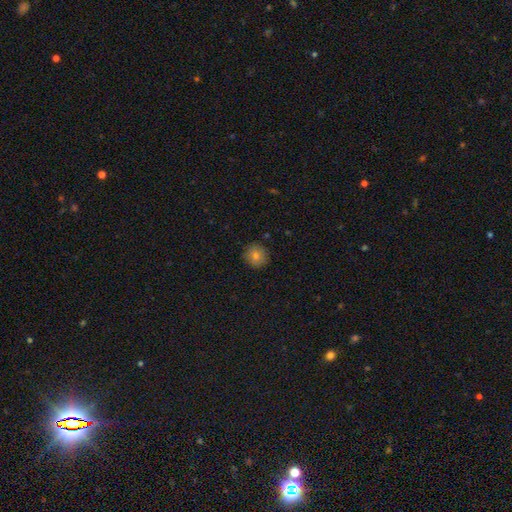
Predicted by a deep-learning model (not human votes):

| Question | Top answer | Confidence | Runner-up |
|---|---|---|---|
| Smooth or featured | smooth | 77% | star or artifact (11%) |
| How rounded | round | 93% | in between (6%) |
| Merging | none | 89% | minor disturbance (8%) |